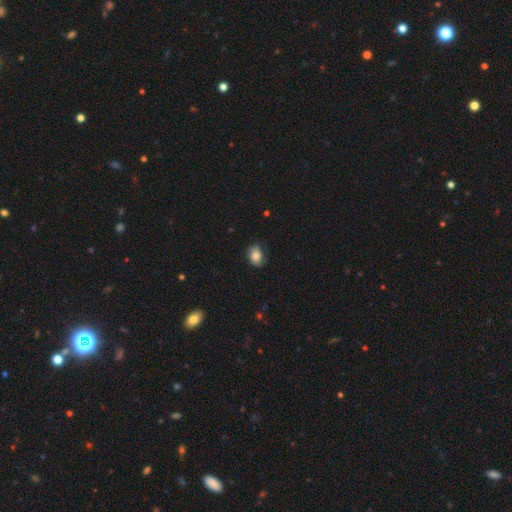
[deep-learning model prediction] Morphology: type=smooth (75%); roundness=in between (61%); merging=none (73%).